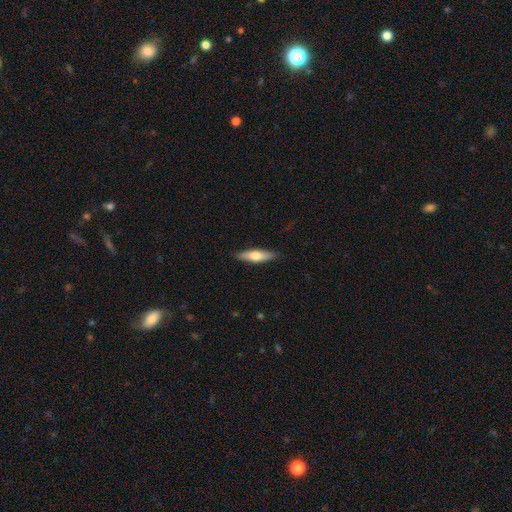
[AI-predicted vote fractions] smooth_or_featured: smooth (p=0.61) [alt: featured or disk p=0.33]
how_rounded: cigar-shaped (p=0.62) [alt: in between p=0.36]
merging: none (p=0.88) [alt: minor disturbance p=0.09]